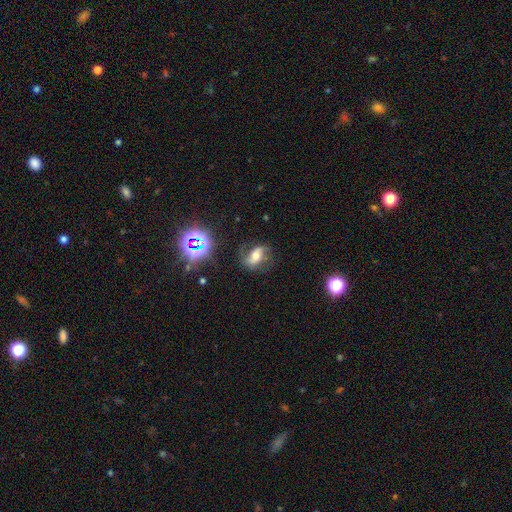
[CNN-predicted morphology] A featured or disk galaxy (63%) with a strong bar (35%), 2 (84%) loose (51%) spiral arms (87%) and a moderate central bulge (64%). Merging: none (68%).